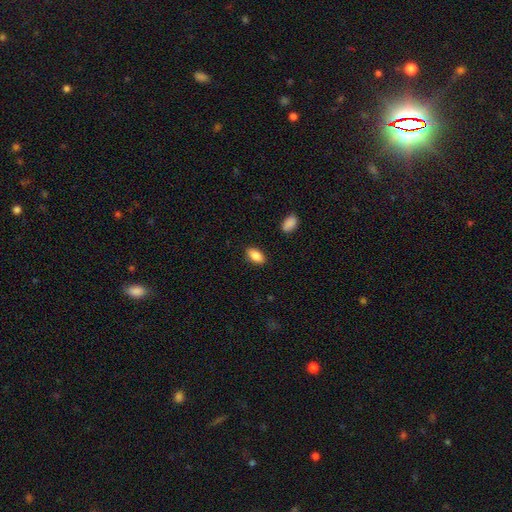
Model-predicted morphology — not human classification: smooth_or_featured: smooth (p=0.87) [alt: star or artifact p=0.07]
how_rounded: in between (p=0.92) [alt: round p=0.04]
merging: none (p=0.87) [alt: minor disturbance p=0.09]